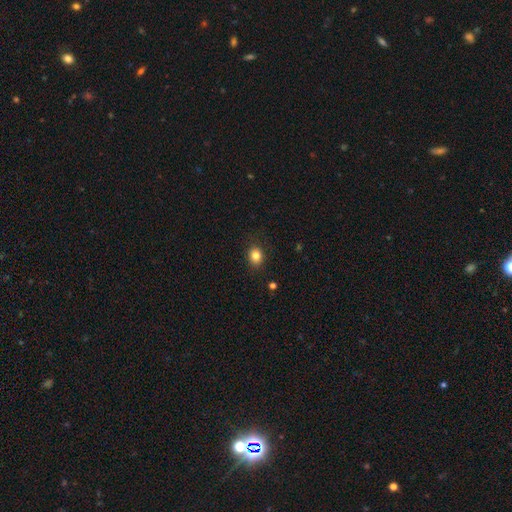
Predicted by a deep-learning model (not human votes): This is clearly a smooth galaxy (83%). How rounded: likely round (61%). Merging: clearly none (86%).